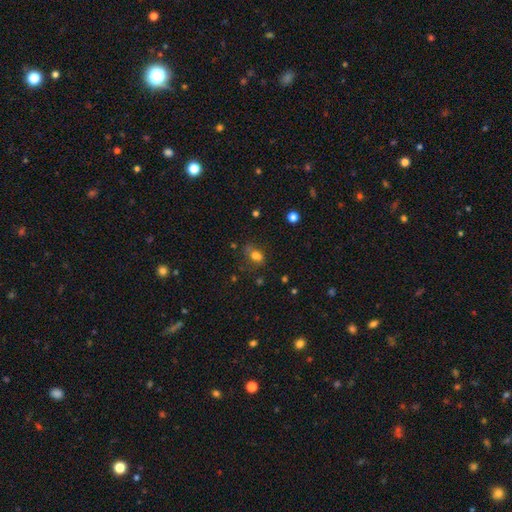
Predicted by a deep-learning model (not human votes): Smooth or featured? Predicted: smooth (p=0.73). How rounded? Predicted: in between (p=0.70). Merging? Predicted: none (p=0.53).